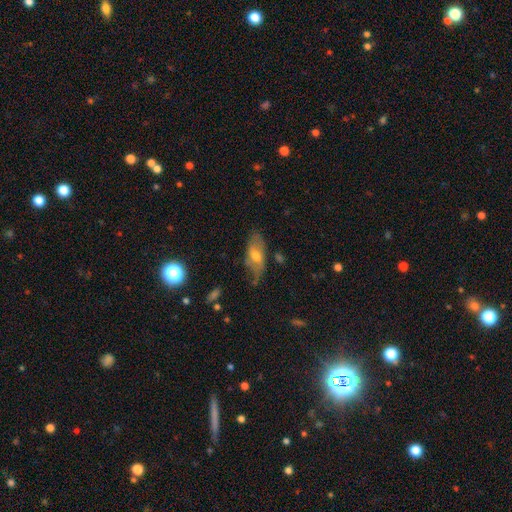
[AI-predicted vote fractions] Overall: smooth (49%; featured or disk 43%). Merging: none (61%; minor disturbance 28%).